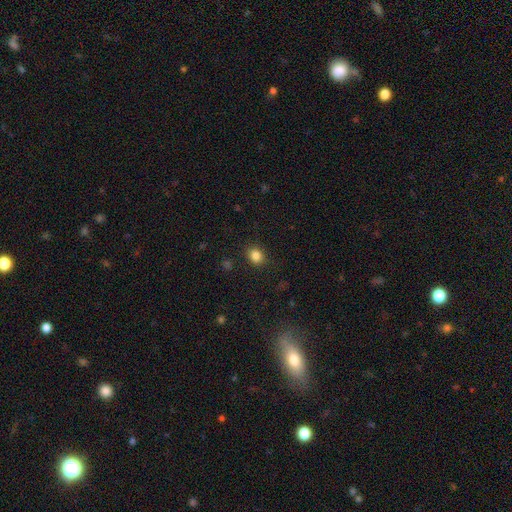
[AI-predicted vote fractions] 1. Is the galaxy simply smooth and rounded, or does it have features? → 84% smooth, 11% star or artifact, 5% featured or disk.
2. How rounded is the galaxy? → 59% round, 40% in between, 1% cigar-shaped.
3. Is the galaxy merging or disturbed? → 88% none, 8% minor disturbance, 3% major disturbance, 1% merger.